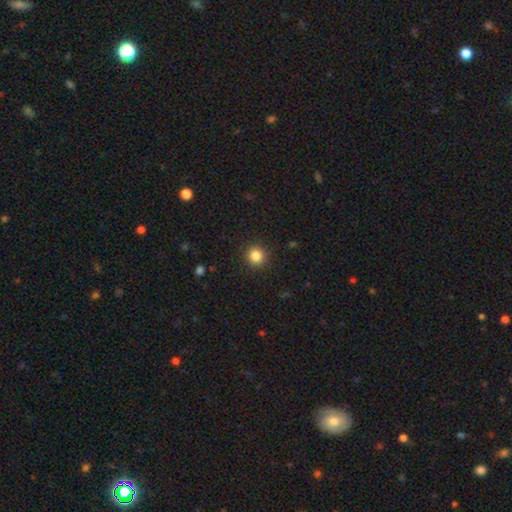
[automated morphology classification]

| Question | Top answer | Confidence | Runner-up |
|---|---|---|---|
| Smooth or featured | smooth | 85% | star or artifact (11%) |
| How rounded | round | 91% | in between (8%) |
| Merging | none | 91% | minor disturbance (6%) |